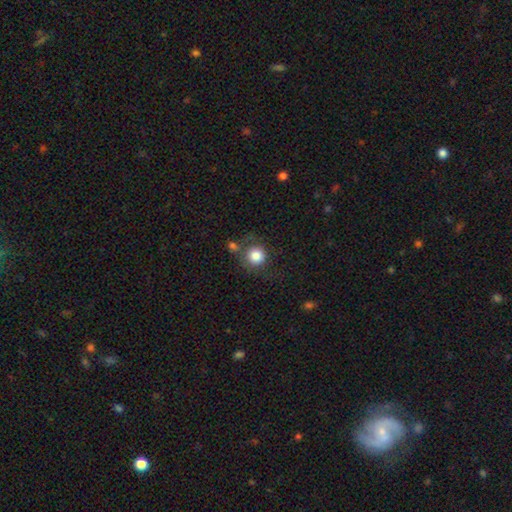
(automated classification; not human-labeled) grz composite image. It shows a smooth galaxy with no disk features (84%) that is round (92%). Merging: none (65%).